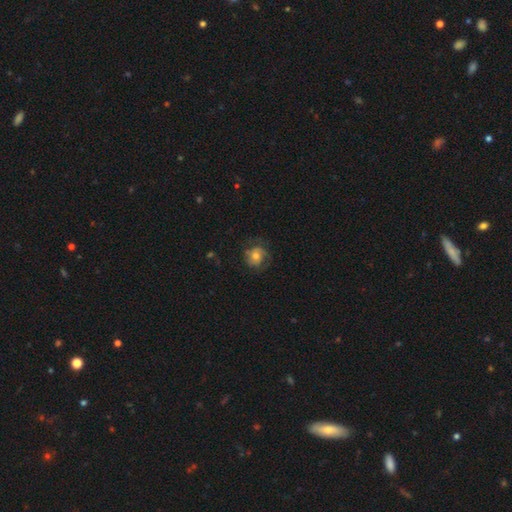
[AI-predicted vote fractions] Morphology: type=featured or disk (50%); merging=none (61%).